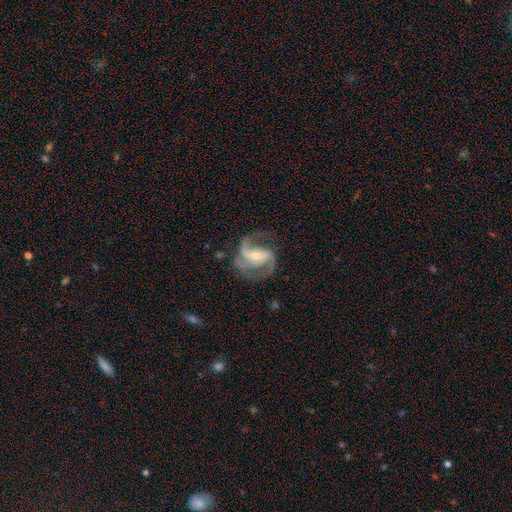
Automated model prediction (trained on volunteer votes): smooth_or_featured: featured or disk (p=0.90) [alt: star or artifact p=0.05]
disk_edge_on: no (p=0.98) [alt: yes p=0.02]
bar: strong (p=0.39) [alt: weak p=0.37]
has_spiral_arms: yes (p=0.98) [alt: no p=0.02]
spiral_winding: medium (p=0.54) [alt: loose p=0.30]
spiral_arm_count: 2 (p=0.64) [alt: 3 p=0.22]
bulge_size: small (p=0.54) [alt: moderate p=0.42]
merging: none (p=0.67) [alt: minor disturbance p=0.17]